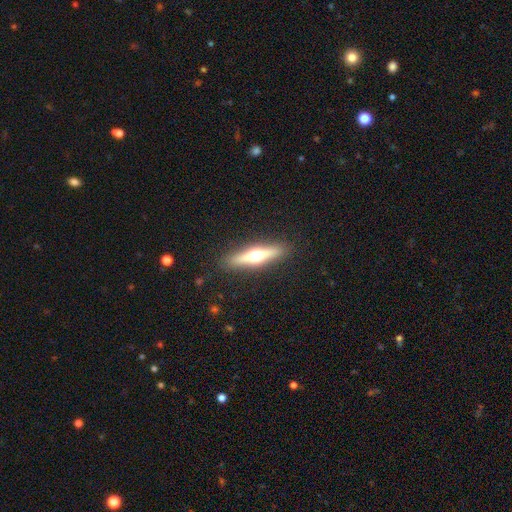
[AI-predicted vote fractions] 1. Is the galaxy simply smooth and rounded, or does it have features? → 60% featured or disk, 34% smooth, 6% star or artifact.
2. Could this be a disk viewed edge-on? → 95% yes, 5% no.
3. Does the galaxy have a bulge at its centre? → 95% rounded, 2% none, 2% boxy.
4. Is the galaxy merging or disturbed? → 90% none, 7% minor disturbance, 2% major disturbance, 1% merger.